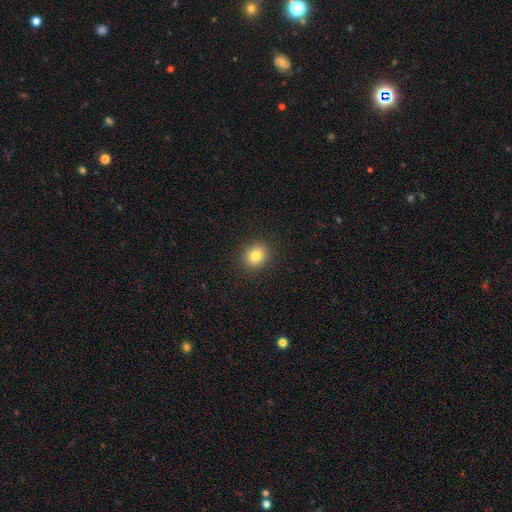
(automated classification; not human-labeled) The model was most divided on "how rounded": round: 72%, in between: 27%, cigar-shaped: 1%. More confident: merging — none (90%); smooth or featured — smooth (82%).